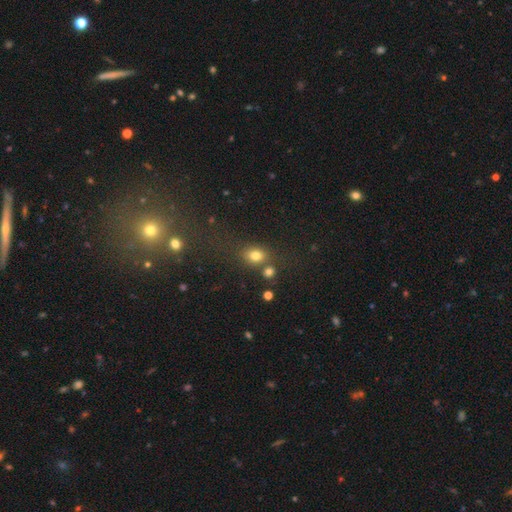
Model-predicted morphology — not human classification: smooth-or-featured: smooth: 77% | star or artifact: 15% | featured or disk: 8%
  how-rounded: in between: 50% | round: 48% | cigar-shaped: 2%
  merging: none: 60% | merger: 21% | minor disturbance: 13% | major disturbance: 6%